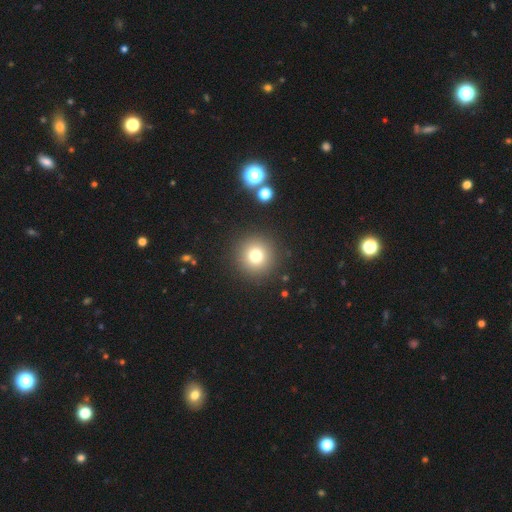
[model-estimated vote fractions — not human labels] A smooth galaxy with no disk features (76%) that is round (95%).

Vote fractions:
- Smooth or featured? smooth: 76% / star or artifact: 15% / featured or disk: 9%
- How rounded? round: 95% / in between: 4% / cigar-shaped: 1%
- Merging? none: 90% / minor disturbance: 5% / major disturbance: 3% / merger: 2%